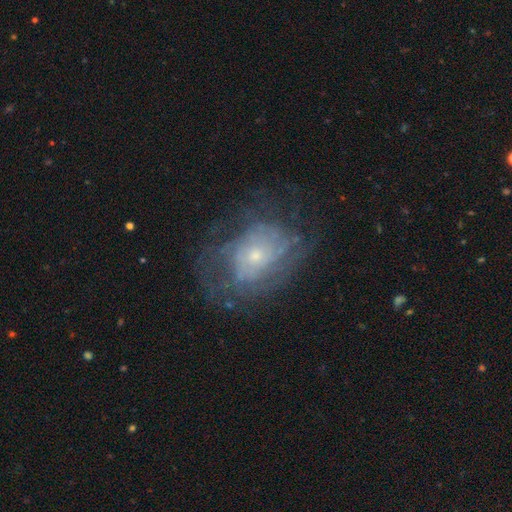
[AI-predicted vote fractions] A featured or disk galaxy (70%) with no bar (82%), spiral arms (71%) and a small central bulge (66%).

Vote fractions:
- Smooth or featured? featured or disk: 70% / smooth: 20% / star or artifact: 10%
- Edge-on disk? no: 96% / yes: 4%
- Bar? no: 82% / weak: 15% / strong: 3%
- Spiral arms? yes: 71% / no: 29%
- Bulge size? small: 66% / moderate: 28% / large: 3% / none: 2% / dominant: 1%
- Merging? none: 61% / minor disturbance: 20% / major disturbance: 17% / merger: 2%